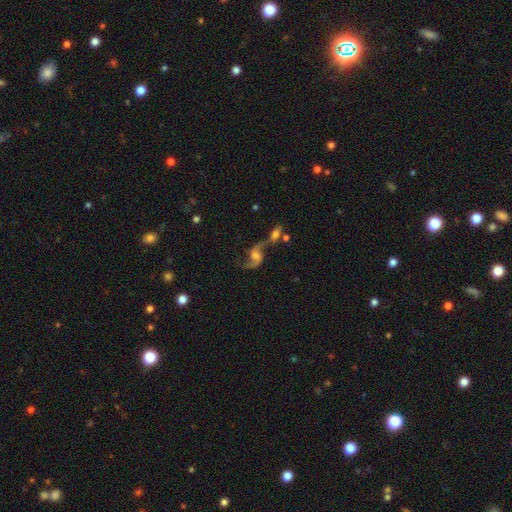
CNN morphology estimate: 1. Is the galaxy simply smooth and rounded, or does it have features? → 82% featured or disk, 11% smooth, 8% star or artifact.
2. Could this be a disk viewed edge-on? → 95% no, 5% yes.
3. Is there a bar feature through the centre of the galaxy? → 56% no, 35% weak, 9% strong.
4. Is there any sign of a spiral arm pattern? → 93% yes, 7% no.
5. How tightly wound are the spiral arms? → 83% loose, 14% medium, 3% tight.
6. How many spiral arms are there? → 89% 2, 6% 1, 2% can't tell, 1% 3, 1% 4, 1% more than 4.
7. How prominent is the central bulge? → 43% moderate, 29% small, 13% none, 13% large, 2% dominant.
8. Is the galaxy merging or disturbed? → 44% merger, 34% none, 11% minor disturbance, 10% major disturbance.